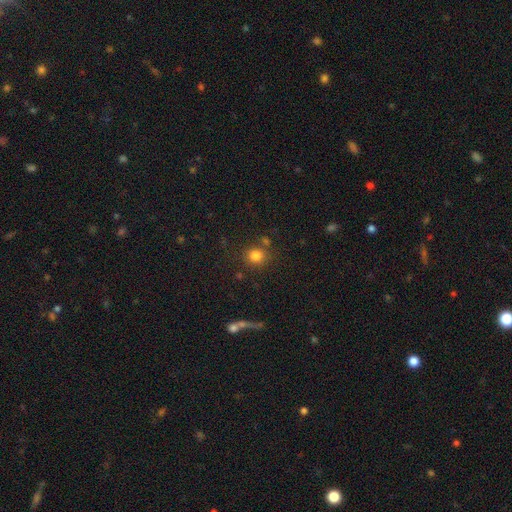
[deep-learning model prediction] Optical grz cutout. It shows a smooth galaxy with no disk features (81%) that is round (85%). Merging: none (76%).